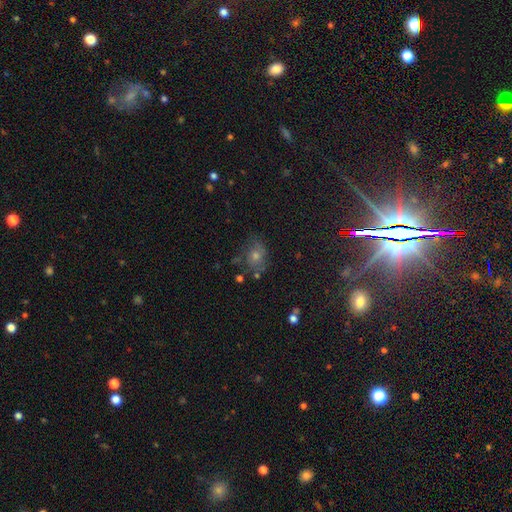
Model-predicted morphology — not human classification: smooth 38%, star or artifact 35%, featured or disk 27%. Down the decision tree: merging — none (68%).